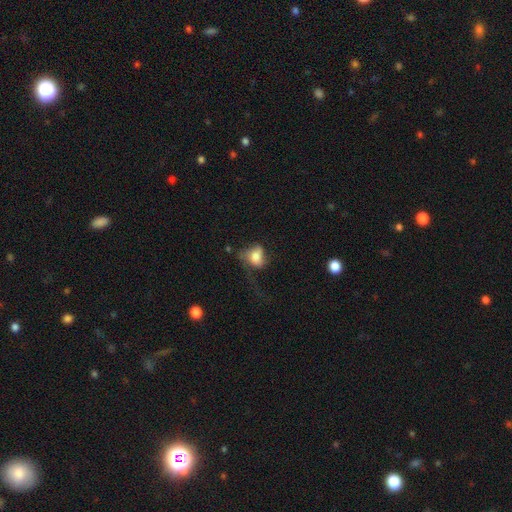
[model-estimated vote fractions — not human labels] This is likely a smooth galaxy (66%). How rounded: likely in between (67%). Merging: possibly major disturbance (49%).